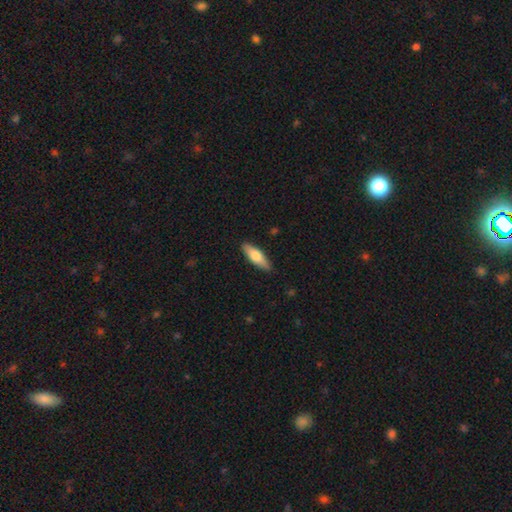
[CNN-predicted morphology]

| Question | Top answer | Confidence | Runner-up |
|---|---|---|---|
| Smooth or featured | smooth | 70% | featured or disk (25%) |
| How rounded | in between | 51% | cigar-shaped (48%) |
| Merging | none | 88% | minor disturbance (9%) |